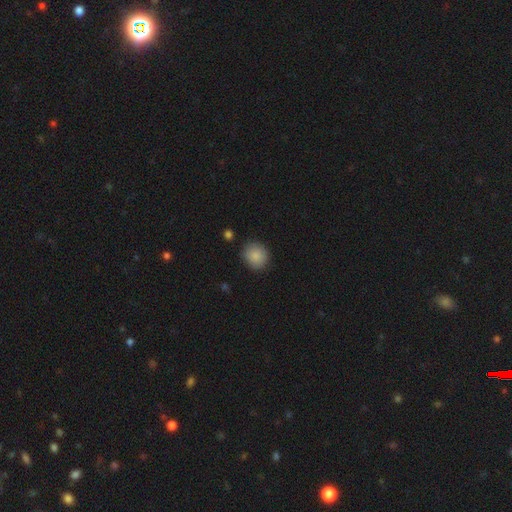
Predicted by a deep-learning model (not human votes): smooth 87%, star or artifact 8%, featured or disk 5%. Down the decision tree: how rounded — round (83%); merging — none (86%).